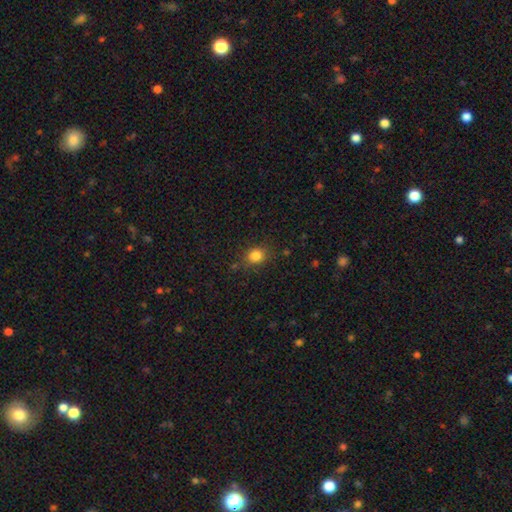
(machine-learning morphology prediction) Overall: smooth (83%). How rounded: round (72%). Merging: none (81%).